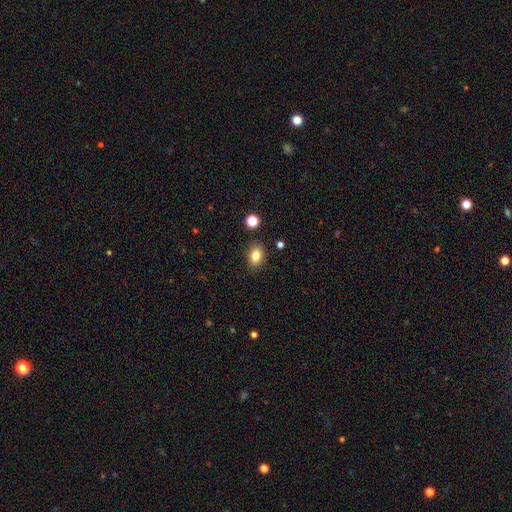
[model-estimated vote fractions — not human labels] Smooth or featured? Predicted: smooth (p=0.83). How rounded? Predicted: in between (p=0.74). Merging? Predicted: none (p=0.87).